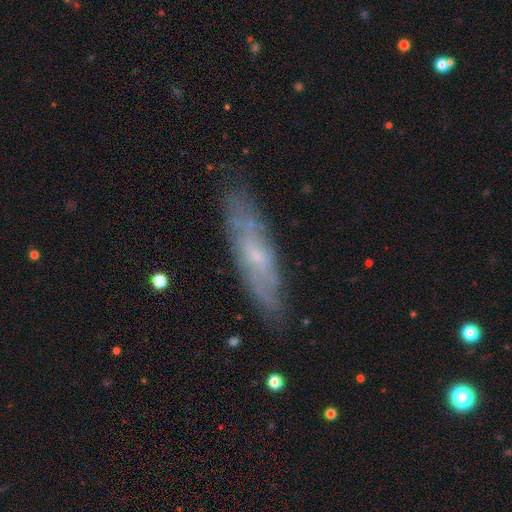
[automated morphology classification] This appears to be a featured or disk galaxy (63%). Merging: none (81%).